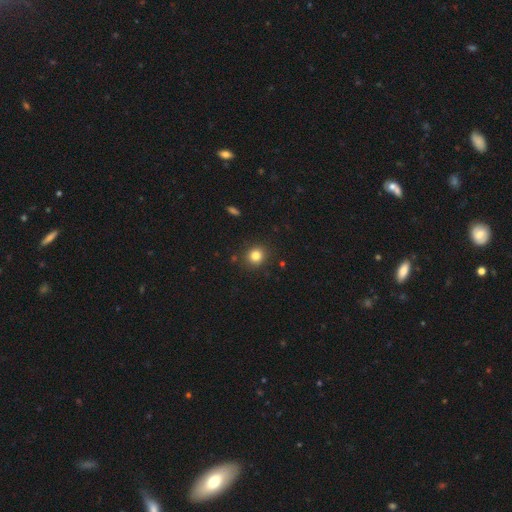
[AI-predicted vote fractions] A smooth galaxy with no disk features (82%) that is round (85%). Merging: none (89%).